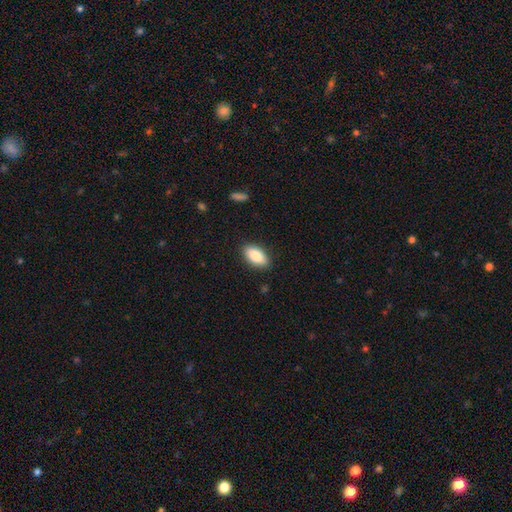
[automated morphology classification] type=smooth (86%); roundness=in between (92%); merging=none (87%).